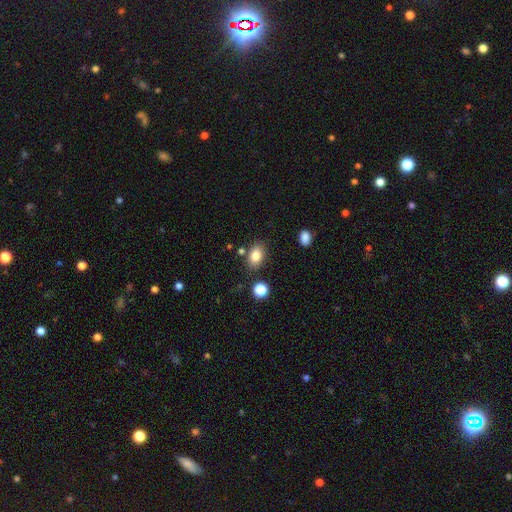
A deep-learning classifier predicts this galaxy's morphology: A smooth galaxy with no disk features (82%) that is in between round and cigar-shaped (81%). Merging: none (79%).